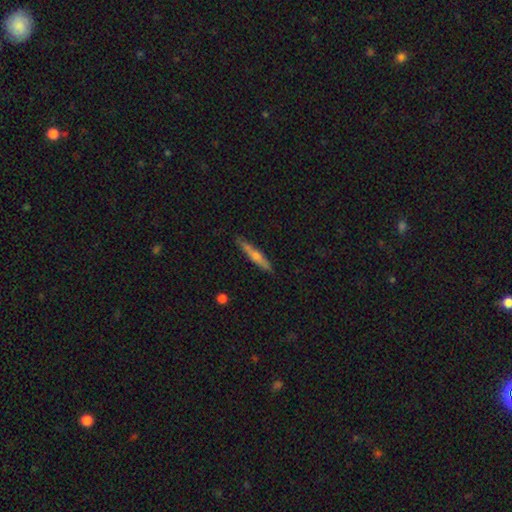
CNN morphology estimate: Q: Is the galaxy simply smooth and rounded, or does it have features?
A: featured or disk — 51%.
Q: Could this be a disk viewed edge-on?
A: yes — 95%.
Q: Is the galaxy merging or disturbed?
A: none — 86%.